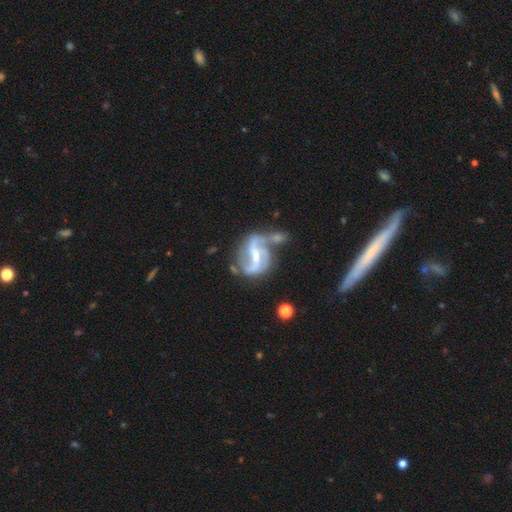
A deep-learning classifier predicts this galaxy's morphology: Overall: featured or disk (86%). Edge-on disk: no (97%). Bar: weak (43%; strong 42%). Spiral arms: yes (93%). Spiral arm count: 2 (75%). Spiral winding: loose (49%; medium 40%). Bulge size: small (46%; moderate 33%). Merging: none (35%; merger 25%).